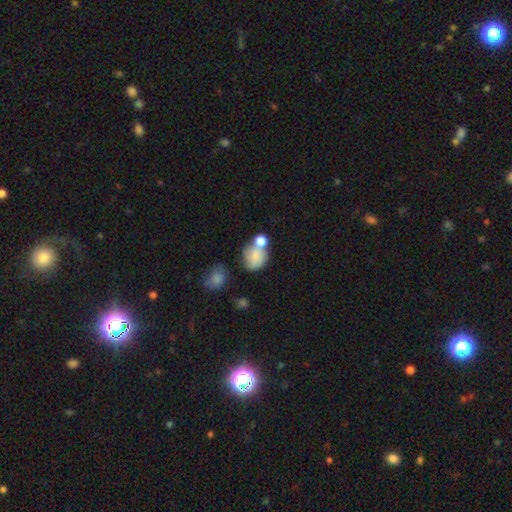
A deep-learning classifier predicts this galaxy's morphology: This appears to be a smooth galaxy with no disk features (73%) that is round (63%). Merging: merger (37%, tied with none).